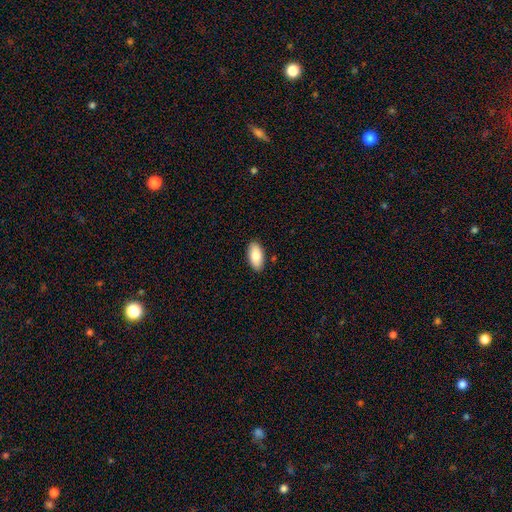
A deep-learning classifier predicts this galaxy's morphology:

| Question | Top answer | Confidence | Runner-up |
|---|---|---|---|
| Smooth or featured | smooth | 84% | featured or disk (10%) |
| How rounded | in between | 92% | cigar-shaped (6%) |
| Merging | none | 88% | minor disturbance (9%) |